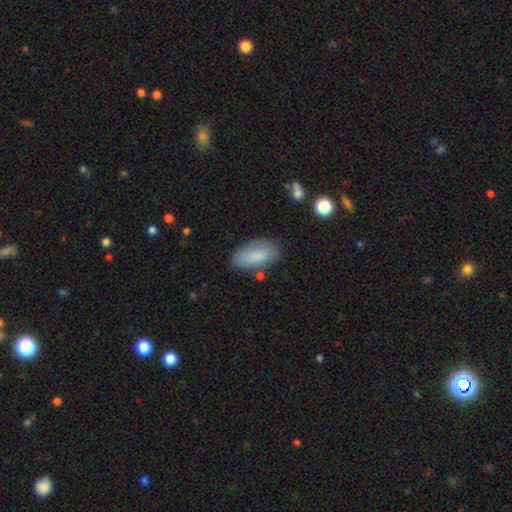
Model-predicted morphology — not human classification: Overall: smooth (83%). How rounded: in between (92%). Merging: none (73%).